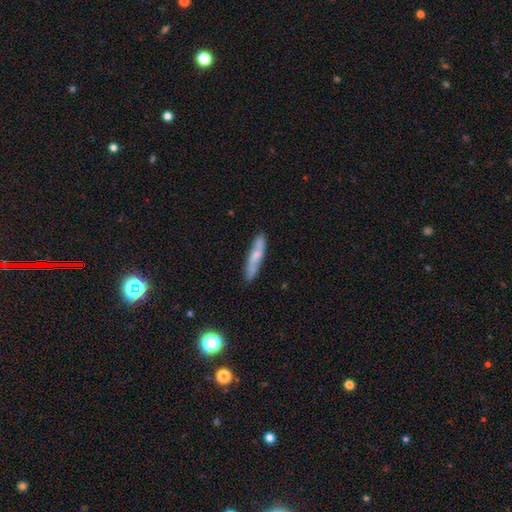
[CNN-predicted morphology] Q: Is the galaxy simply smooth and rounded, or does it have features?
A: smooth — 51%.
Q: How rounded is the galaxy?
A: cigar-shaped — 85%.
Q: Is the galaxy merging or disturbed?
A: none — 80%.